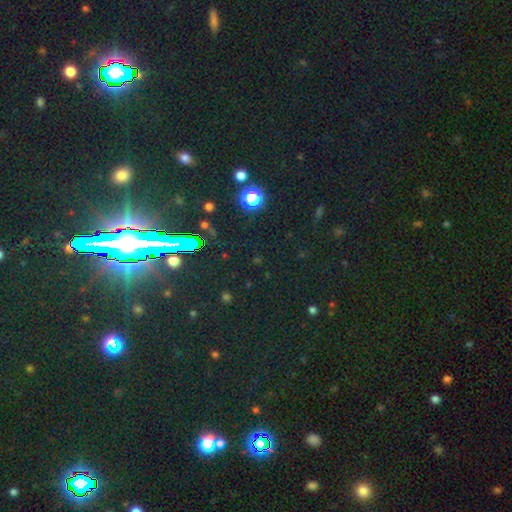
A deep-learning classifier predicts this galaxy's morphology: type=star or artifact (80%).